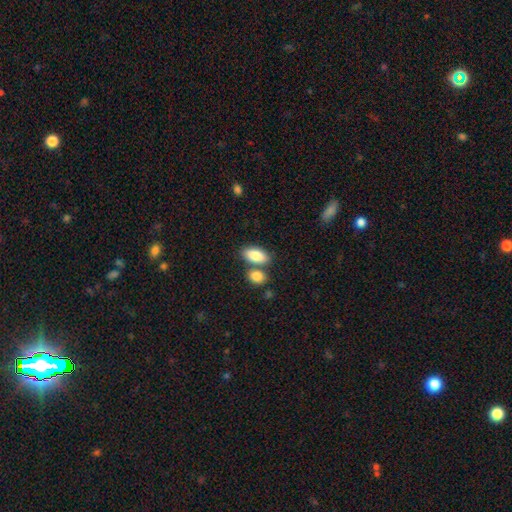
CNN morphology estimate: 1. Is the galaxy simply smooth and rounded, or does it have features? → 86% smooth, 8% featured or disk, 6% star or artifact.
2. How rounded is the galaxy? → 91% in between, 5% cigar-shaped, 4% round.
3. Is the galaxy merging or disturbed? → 59% none, 28% merger, 10% minor disturbance, 3% major disturbance.